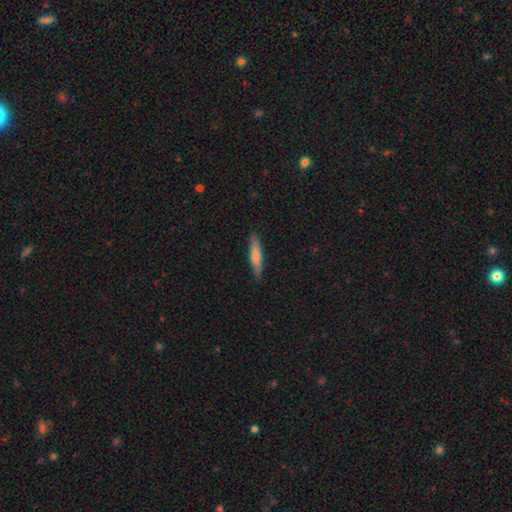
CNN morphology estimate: Smooth or featured? smooth (71%)
How rounded? cigar-shaped (88%)
Merging? none (89%)